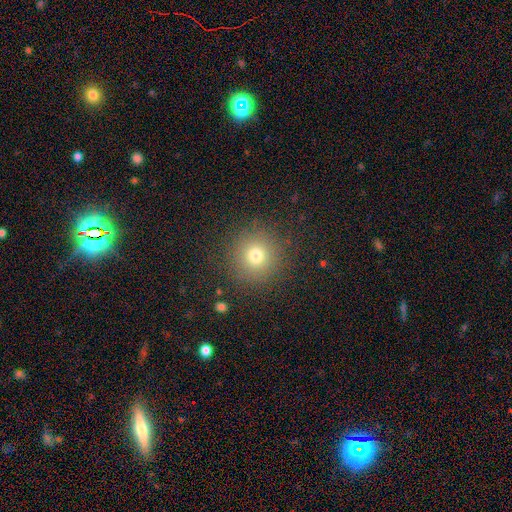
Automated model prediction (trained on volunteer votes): This appears to be a smooth galaxy with no disk features (73%) that is round (95%). Merging: none (89%).